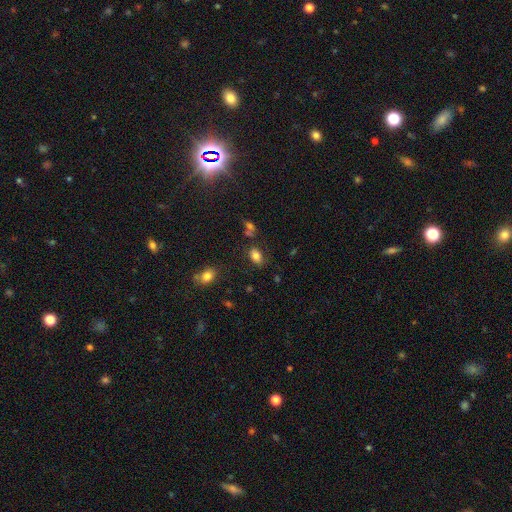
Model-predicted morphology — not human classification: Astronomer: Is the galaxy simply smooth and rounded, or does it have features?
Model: smooth — 82%.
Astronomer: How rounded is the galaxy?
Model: in between — 86%.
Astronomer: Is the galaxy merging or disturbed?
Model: none — 76%.